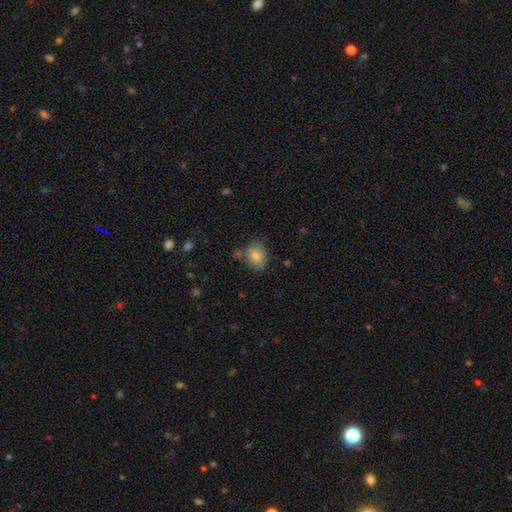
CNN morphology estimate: Overall: smooth (79%). How rounded: in between (65%; round 34%). Merging: none (70%).